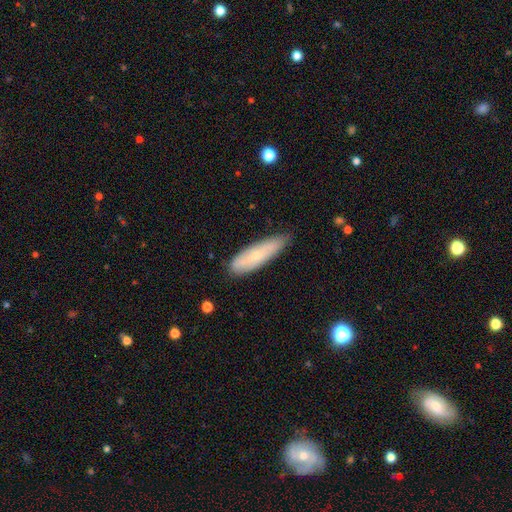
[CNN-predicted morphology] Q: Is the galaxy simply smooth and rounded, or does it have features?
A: smooth — 58%.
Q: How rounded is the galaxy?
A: cigar-shaped — 59%.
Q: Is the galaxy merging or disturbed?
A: none — 74%.